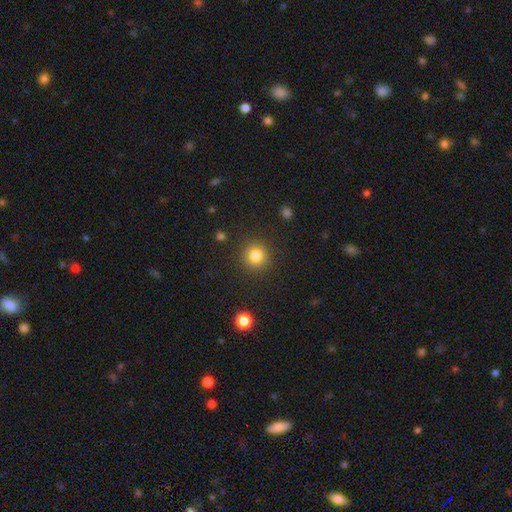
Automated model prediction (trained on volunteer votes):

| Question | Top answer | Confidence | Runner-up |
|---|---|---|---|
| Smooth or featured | smooth | 82% | star or artifact (12%) |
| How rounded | round | 93% | in between (6%) |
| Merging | none | 89% | minor disturbance (6%) |